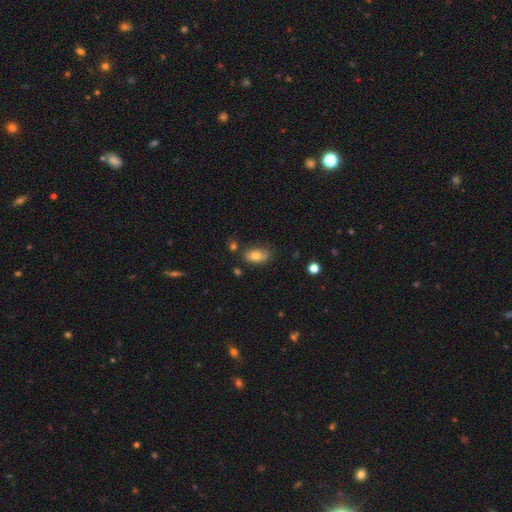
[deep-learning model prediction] A smooth galaxy with no disk features (76%) that is in between round and cigar-shaped (89%).

Vote fractions:
- Smooth or featured? smooth: 76% / featured or disk: 15% / star or artifact: 9%
- How rounded? in between: 89% / round: 7% / cigar-shaped: 4%
- Merging? none: 69% / minor disturbance: 21% / merger: 5% / major disturbance: 5%